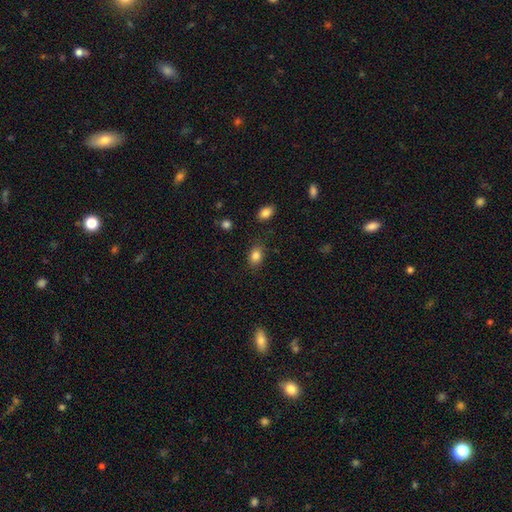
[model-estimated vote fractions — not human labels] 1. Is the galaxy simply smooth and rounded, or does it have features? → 85% smooth, 10% star or artifact, 5% featured or disk.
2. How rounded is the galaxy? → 71% in between, 28% round, 1% cigar-shaped.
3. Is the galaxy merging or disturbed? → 81% none, 13% minor disturbance, 4% major disturbance, 2% merger.